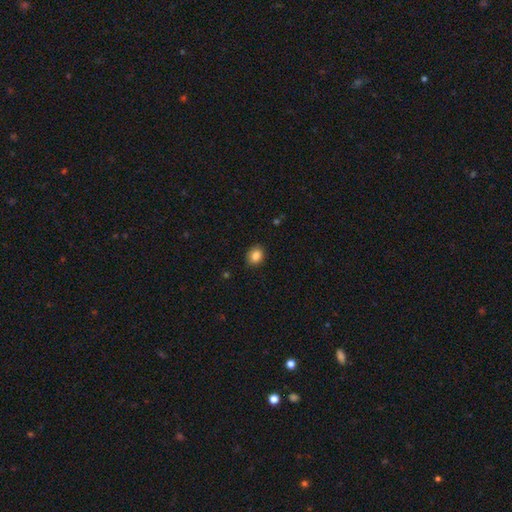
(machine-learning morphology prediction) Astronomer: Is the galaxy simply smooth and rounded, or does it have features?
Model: smooth — 86%.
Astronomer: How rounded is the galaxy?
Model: in between — 52% (runner-up: round, 47%).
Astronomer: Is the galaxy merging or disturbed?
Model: none — 86%.